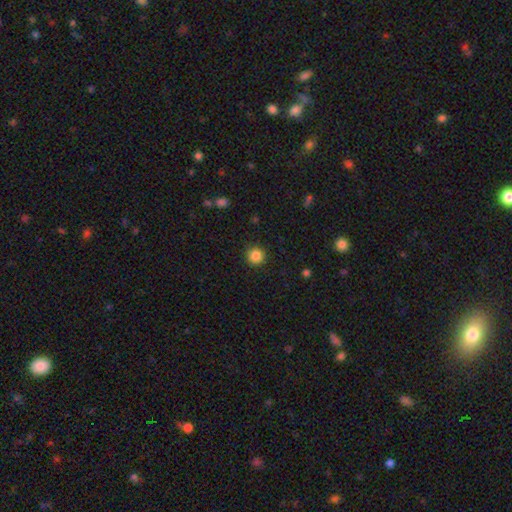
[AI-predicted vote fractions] A smooth galaxy with no disk features (85%) that is round (95%). Merging: none (91%).